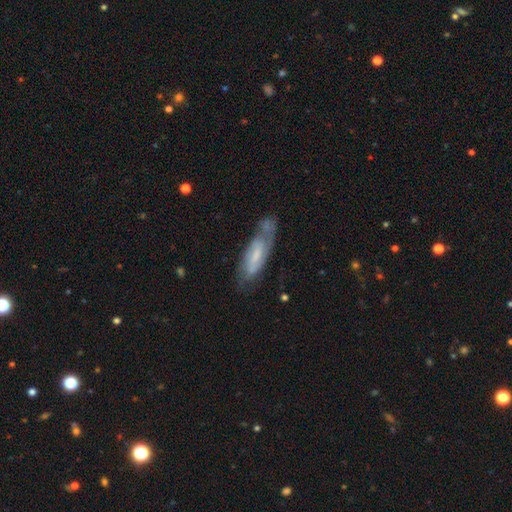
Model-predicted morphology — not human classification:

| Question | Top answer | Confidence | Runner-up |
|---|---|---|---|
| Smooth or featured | featured or disk | 61% | smooth (32%) |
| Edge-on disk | no | 79% | yes (21%) |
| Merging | none | 57% | minor disturbance (25%) |